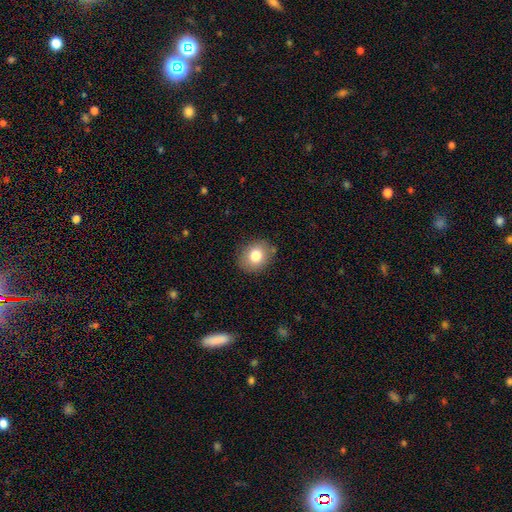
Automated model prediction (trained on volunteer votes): This appears to be a smooth galaxy with no disk features (80%) that is round (59%). Merging: none (85%).